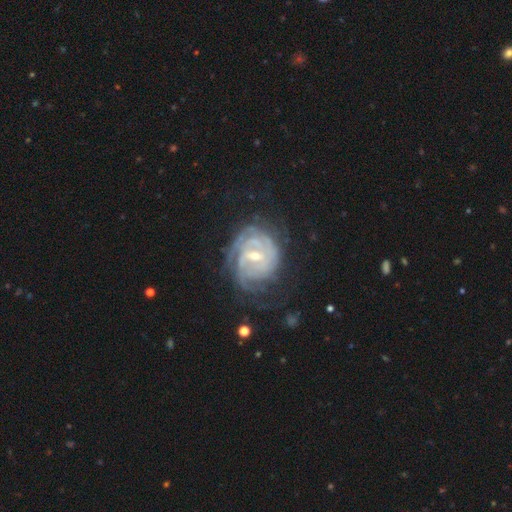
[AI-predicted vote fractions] This is clearly a featured or disk galaxy (86%). It is clearly not viewed edge-on (97%). Bar: possibly weak (58%). Spiral arm pattern: clearly yes (94%). Spiral arm count: marginally can't tell (40%). Spiral winding: likely tight (73%). Central bulge: possibly small (50%). Merging: likely none (63%).